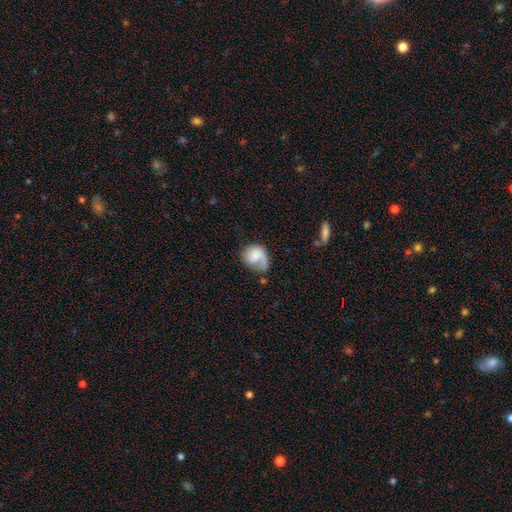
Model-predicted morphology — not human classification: This appears to be a smooth galaxy with no disk features (48%). Merging: none (41%).